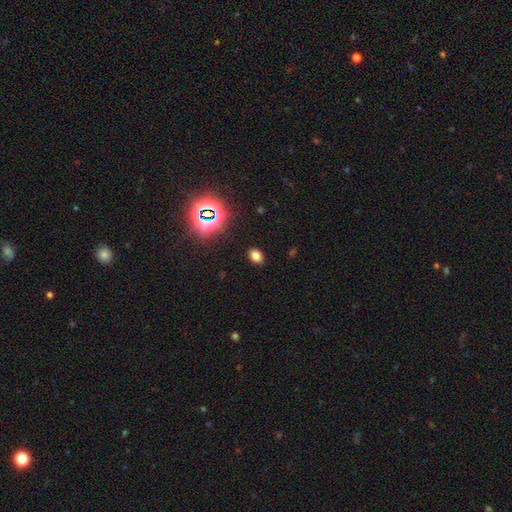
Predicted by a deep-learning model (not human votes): This appears to be a smooth galaxy with no disk features (74%) that is in between round and cigar-shaped (68%). Merging: none (88%).